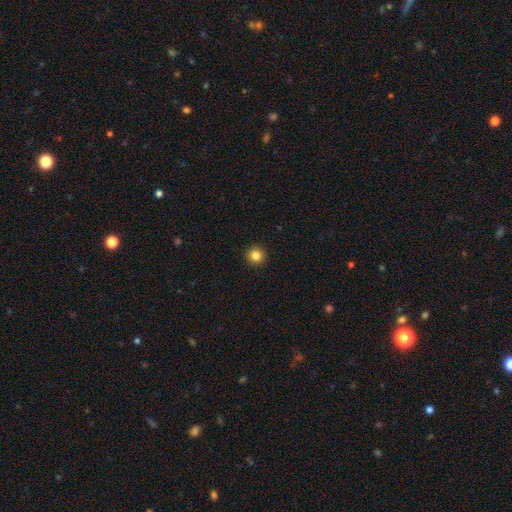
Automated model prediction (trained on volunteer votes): Morphology: type=smooth (84%); roundness=round (95%); merging=none (93%).